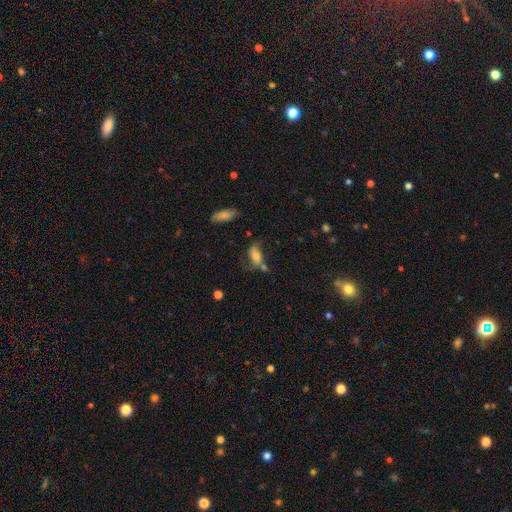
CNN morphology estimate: This appears to be a featured or disk galaxy (45%, tied with smooth). Merging: none (42%).